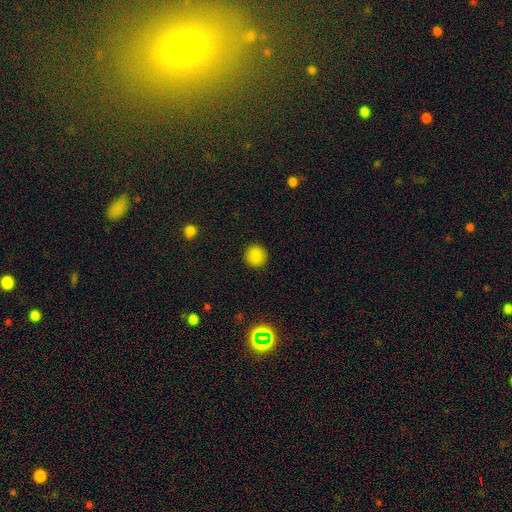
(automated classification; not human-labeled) This is clearly a smooth galaxy (86%). How rounded: clearly round (94%). Merging: clearly none (92%).